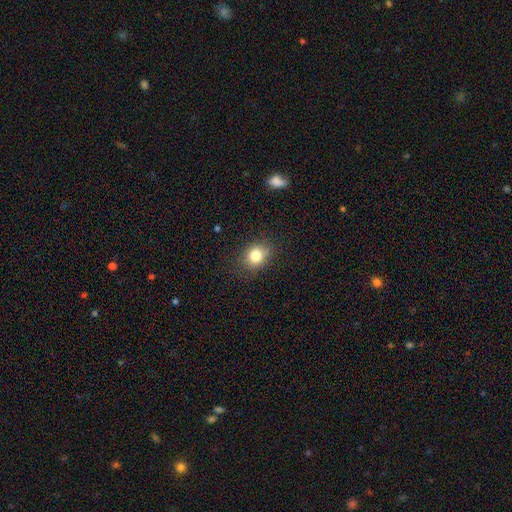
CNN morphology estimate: The model was most divided on "how rounded": round: 58%, in between: 41%, cigar-shaped: 1%. More confident: smooth or featured — smooth (81%); merging — none (80%).